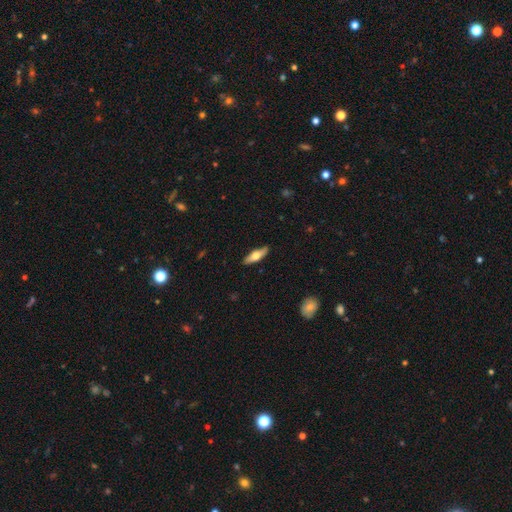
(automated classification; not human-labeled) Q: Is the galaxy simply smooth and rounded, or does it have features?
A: smooth — 56%.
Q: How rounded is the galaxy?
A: cigar-shaped — 51%.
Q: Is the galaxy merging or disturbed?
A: none — 88%.